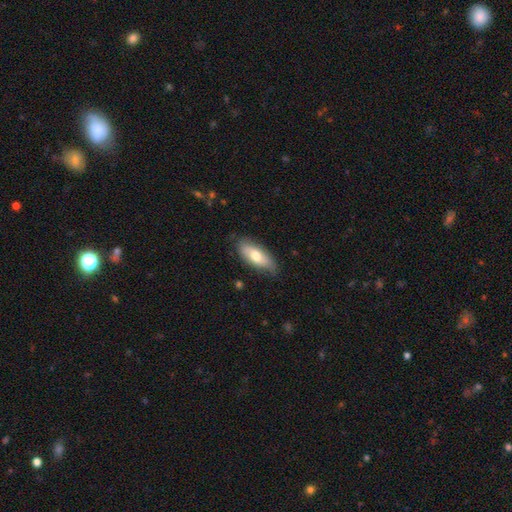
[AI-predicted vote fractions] This appears to be a smooth galaxy with no disk features (68%) that is in between round and cigar-shaped (80%). Merging: none (76%).